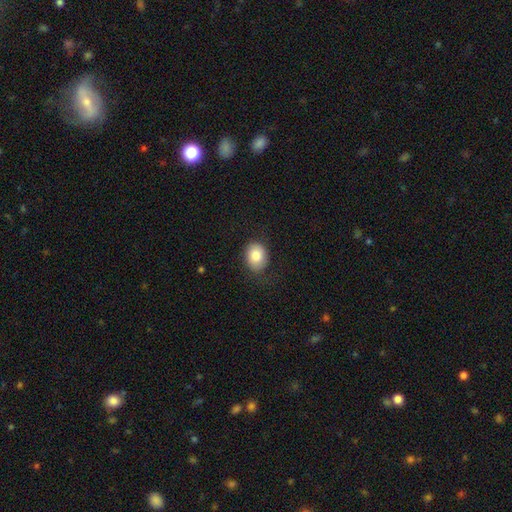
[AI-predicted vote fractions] Morphology: type=smooth (83%); roundness=round (55%); merging=none (76%).